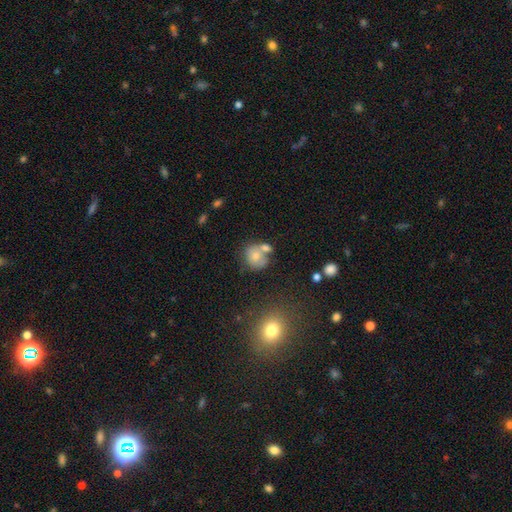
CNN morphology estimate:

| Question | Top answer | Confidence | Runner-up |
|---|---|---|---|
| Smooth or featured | smooth | 68% | featured or disk (22%) |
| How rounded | round | 75% | in between (24%) |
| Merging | merger | 40% | none (39%) |